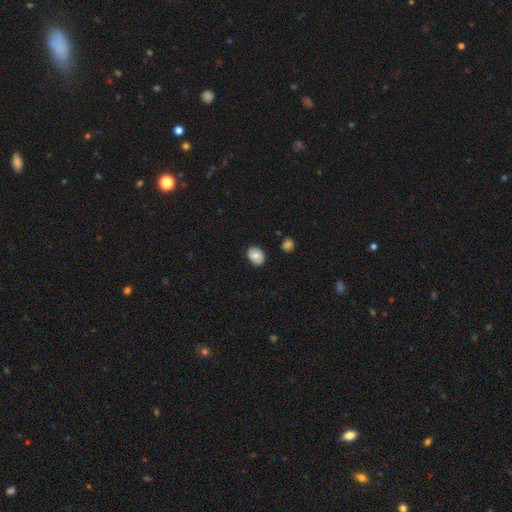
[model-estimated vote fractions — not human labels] This appears to be a smooth galaxy with no disk features (74%) that is in between round and cigar-shaped (65%). Merging: none (83%).